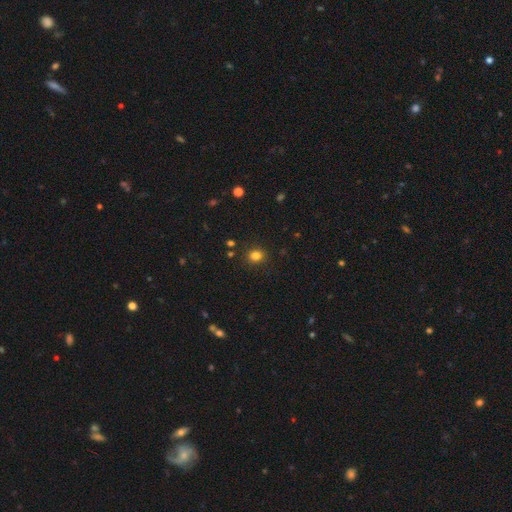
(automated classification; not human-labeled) smooth-or-featured: smooth: 82% | star or artifact: 14% | featured or disk: 5%
  how-rounded: round: 74% | in between: 26% | cigar-shaped: 1%
  merging: none: 87% | minor disturbance: 8% | major disturbance: 3% | merger: 2%